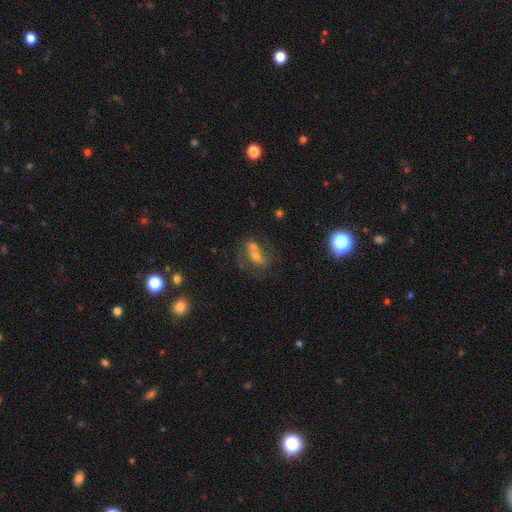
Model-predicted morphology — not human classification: Overall: smooth (44%; featured or disk 43%). Merging: merger (51%; none 29%).